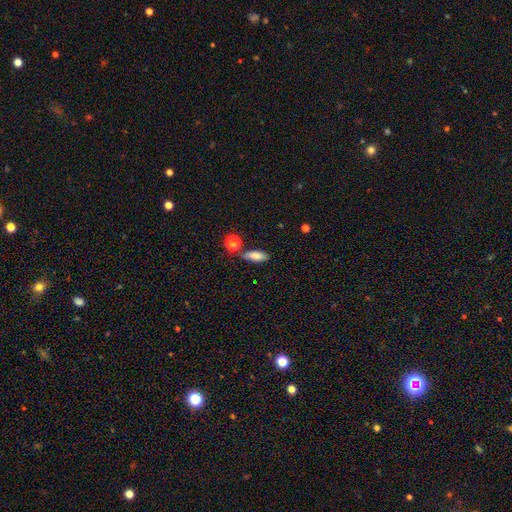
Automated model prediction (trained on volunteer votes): smooth 79%, featured or disk 12%, star or artifact 9%. Down the decision tree: how rounded — in between (74%); merging — none (71%).